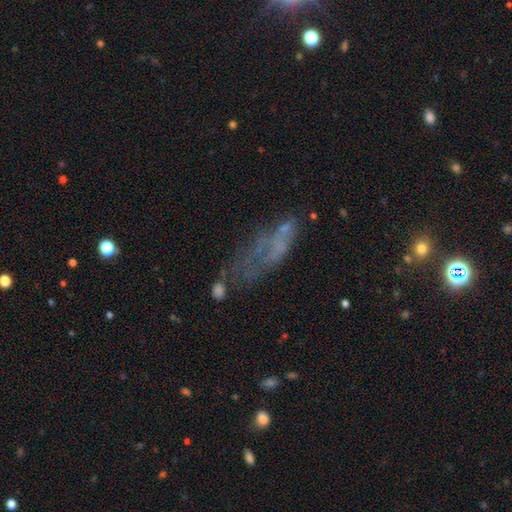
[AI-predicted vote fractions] A featured or disk galaxy (41%). Merging: none (36%).